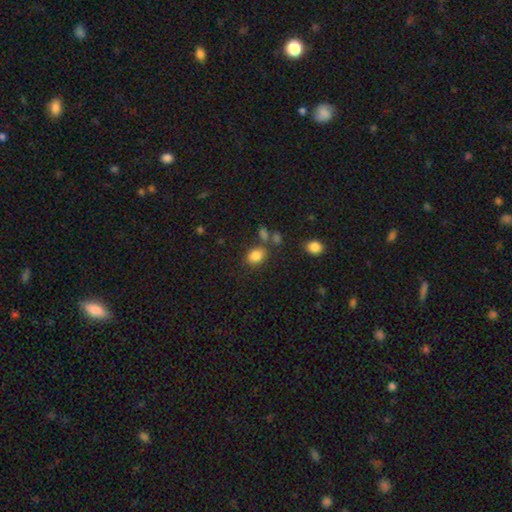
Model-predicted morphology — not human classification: Q: Smooth or featured?
A: smooth (84%); runner-up: star or artifact (11%)
Q: How rounded?
A: in between (59%); runner-up: round (40%)
Q: Merging?
A: none (71%); runner-up: minor disturbance (13%)